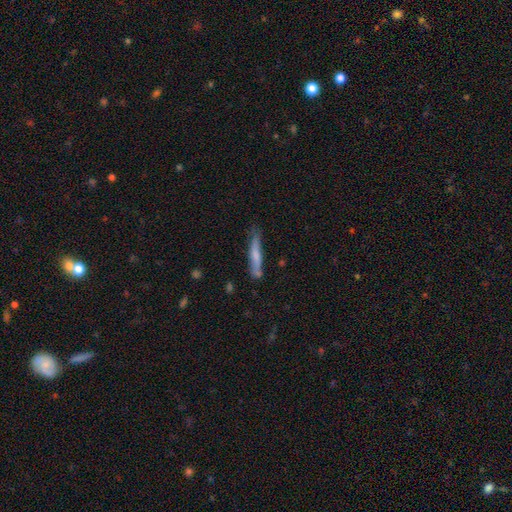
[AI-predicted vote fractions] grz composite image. It shows a smooth galaxy with no disk features (59%) that is cigar-shaped (92%). Merging: none (69%).